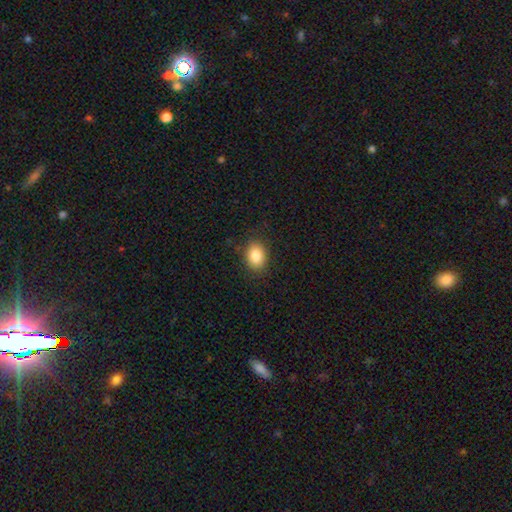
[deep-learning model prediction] smooth-or-featured: smooth: 86% | star or artifact: 8% | featured or disk: 6%
  how-rounded: in between: 67% | round: 32% | cigar-shaped: 1%
  merging: none: 87% | minor disturbance: 10% | major disturbance: 3% | merger: 1%